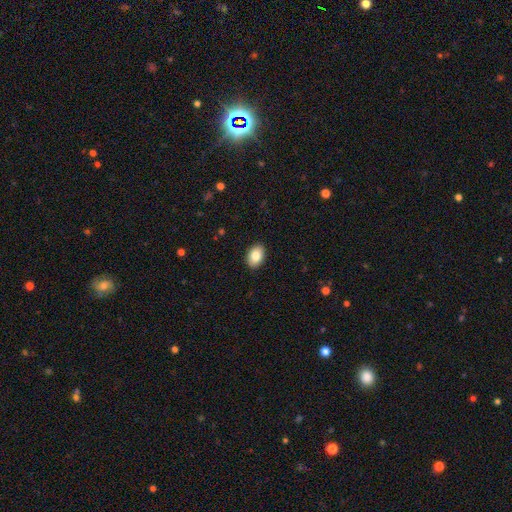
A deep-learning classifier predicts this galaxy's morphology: This is clearly a smooth galaxy (85%). How rounded: clearly in between (86%). Merging: clearly none (90%).